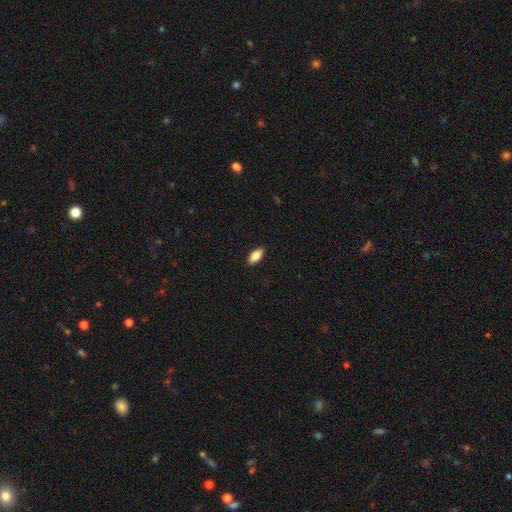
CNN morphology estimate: smooth_or_featured: smooth (p=0.85) [alt: featured or disk p=0.08]
how_rounded: in between (p=0.88) [alt: cigar-shaped p=0.10]
merging: none (p=0.89) [alt: minor disturbance p=0.08]